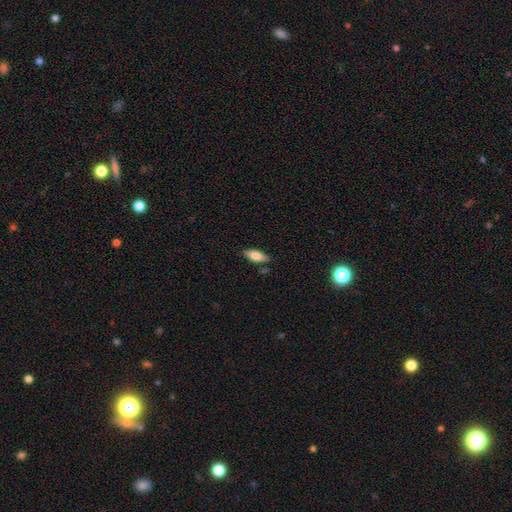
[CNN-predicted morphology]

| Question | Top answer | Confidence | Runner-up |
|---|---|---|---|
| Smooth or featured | smooth | 78% | featured or disk (16%) |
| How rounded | in between | 73% | cigar-shaped (25%) |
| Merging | none | 81% | minor disturbance (14%) |